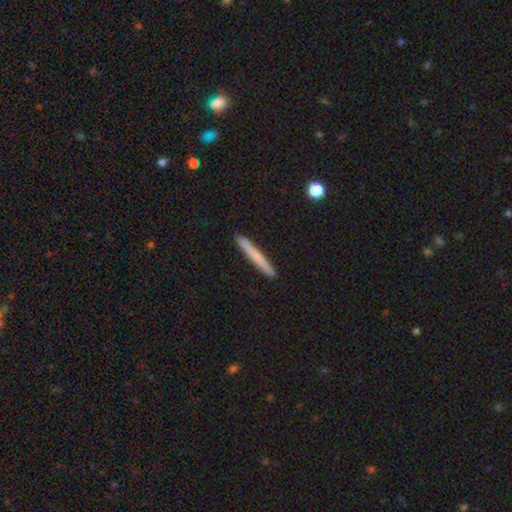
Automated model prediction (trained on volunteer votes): Smooth or featured: smooth — 70% (featured or disk — 25%)
How rounded: cigar-shaped — 97% (in between — 2%)
Merging: none — 92% (minor disturbance — 6%)